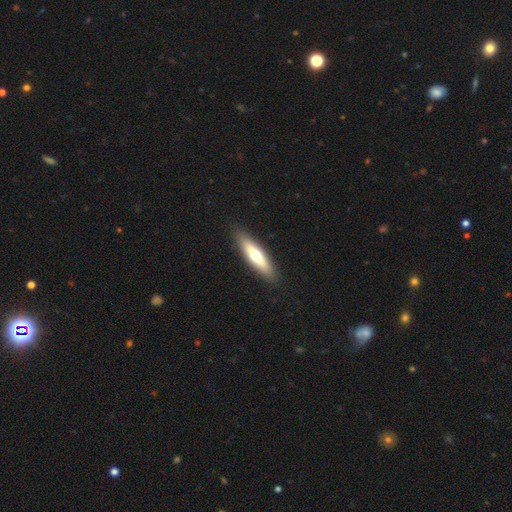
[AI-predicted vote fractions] Smooth or featured? Predicted: smooth (p=0.56). How rounded? Predicted: cigar-shaped (p=0.70). Merging? Predicted: none (p=0.90).